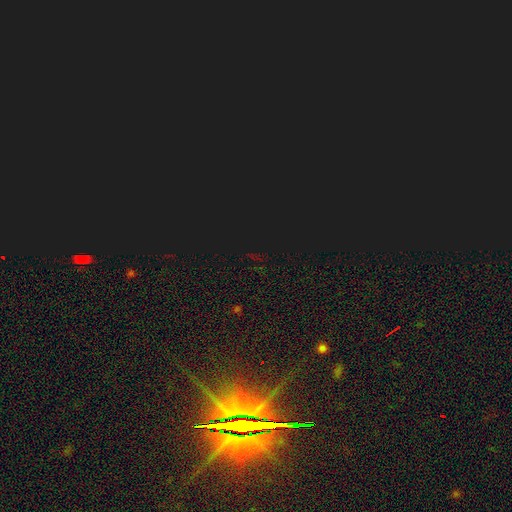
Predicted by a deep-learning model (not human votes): A star or artifact, not a galaxy (82%).